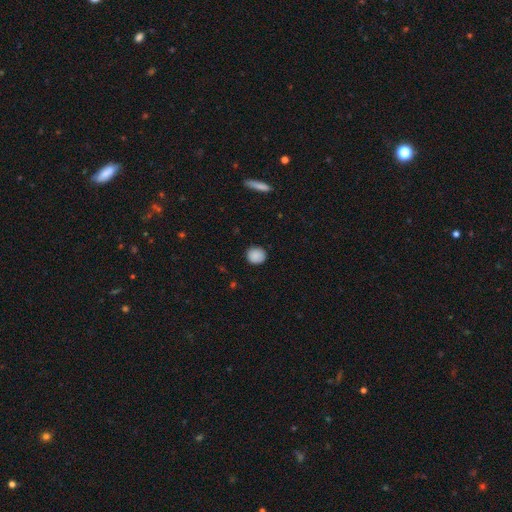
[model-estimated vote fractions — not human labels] This is clearly a smooth galaxy (88%). How rounded: clearly round (88%). Merging: clearly none (88%).